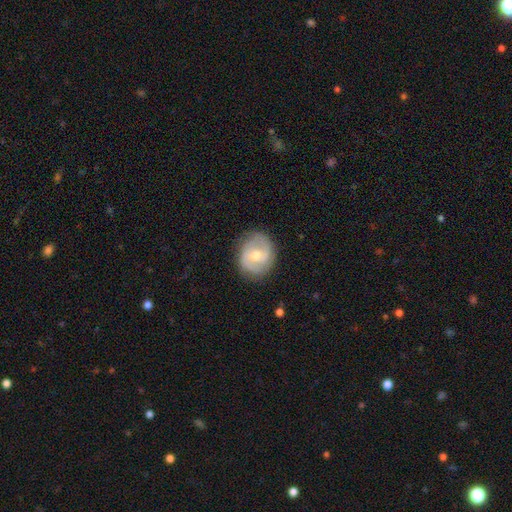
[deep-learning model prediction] A featured or disk galaxy (71%) with no bar (49%), 2 (77%) medium (45%) spiral arms (88%) and a moderate central bulge (63%). Merging: none (80%).